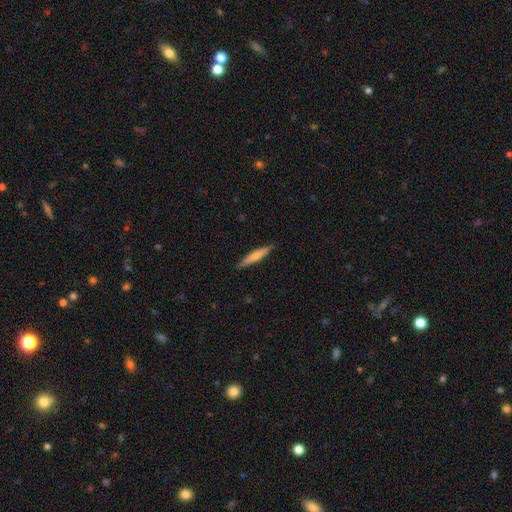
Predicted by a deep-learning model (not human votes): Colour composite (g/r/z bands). It shows a smooth galaxy with no disk features (60%) that is cigar-shaped (92%). Merging: none (89%).